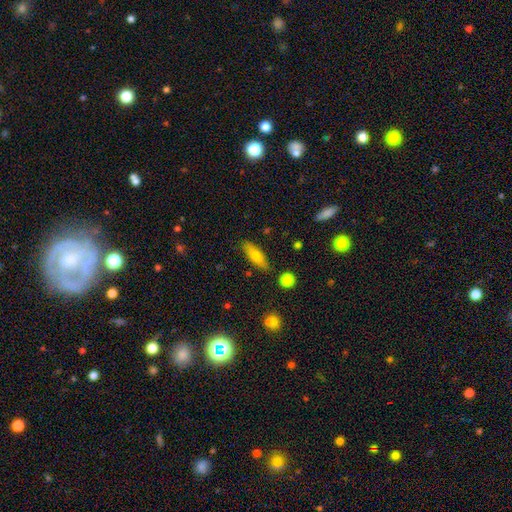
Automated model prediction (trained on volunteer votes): A smooth galaxy with no disk features (73%) that is in between round and cigar-shaped (54%). Merging: none (84%).